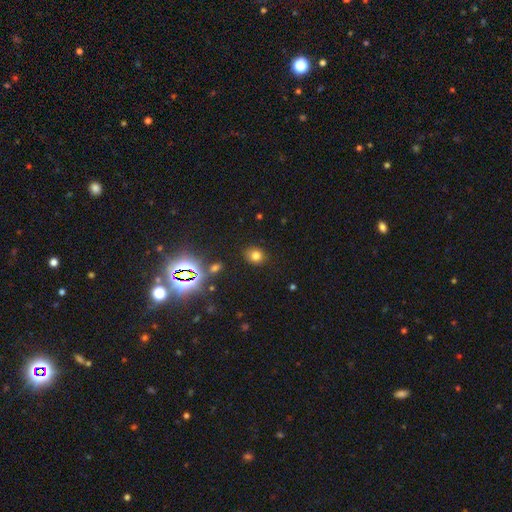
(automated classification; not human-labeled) The model was most divided on "how rounded": round: 69%, in between: 29%, cigar-shaped: 1%. More confident: merging — none (85%); smooth or featured — smooth (75%).